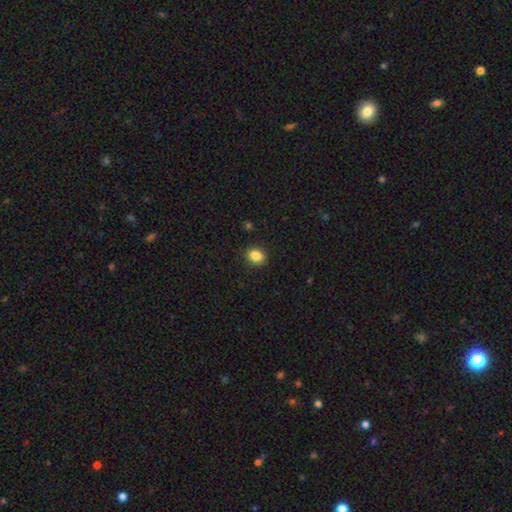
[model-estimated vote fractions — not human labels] Smooth or featured? smooth (85%)
How rounded? round (55%)
Merging? none (90%)